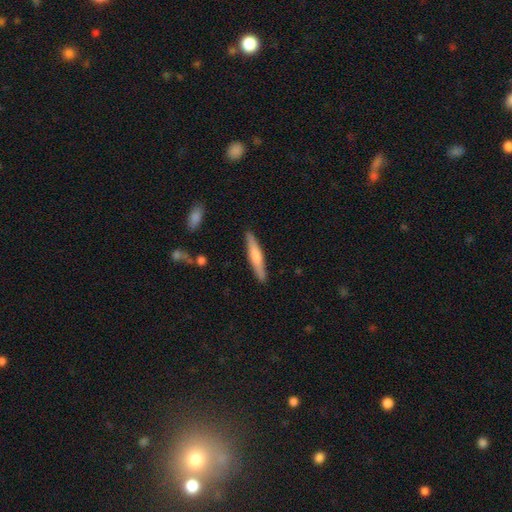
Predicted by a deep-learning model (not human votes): smooth_or_featured: smooth (p=0.55) [alt: featured or disk p=0.40]
how_rounded: cigar-shaped (p=0.92) [alt: in between p=0.07]
merging: none (p=0.89) [alt: minor disturbance p=0.08]